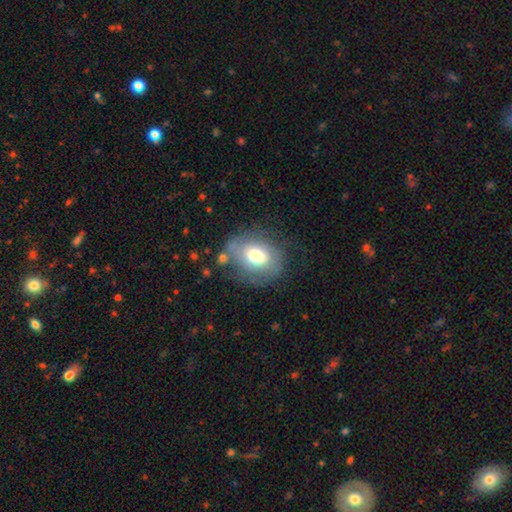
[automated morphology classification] smooth 61%, featured or disk 31%, star or artifact 9%. Down the decision tree: how rounded — in between (62%); merging — none (57%).